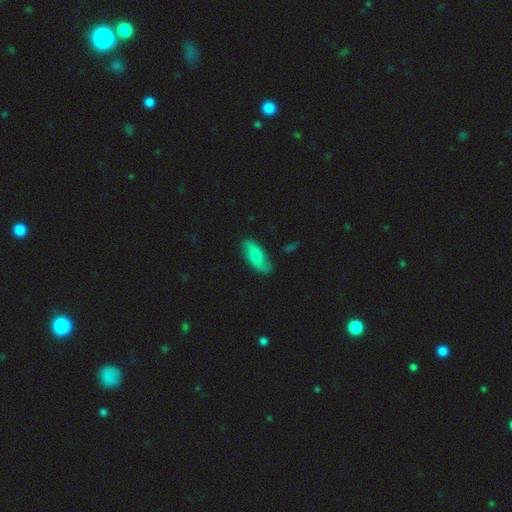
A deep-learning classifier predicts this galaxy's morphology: Smooth or featured? Predicted: smooth (p=0.63). How rounded? Predicted: in between (p=0.85). Merging? Predicted: none (p=0.79).